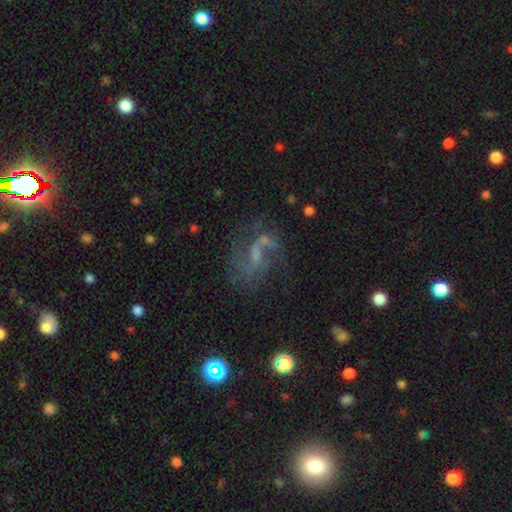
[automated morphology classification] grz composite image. It shows a featured or disk galaxy (70%) with a weak bar (48%), 2 (67%) loose (57%) spiral arms (82%) and no central bulge (41%). Merging: none (50%).